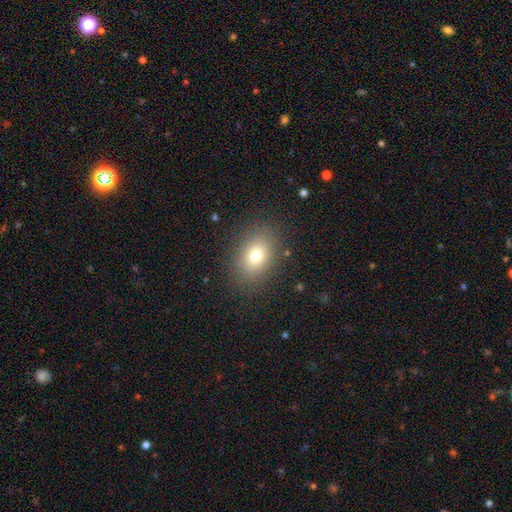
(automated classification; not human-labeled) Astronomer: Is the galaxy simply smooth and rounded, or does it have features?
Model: smooth — 76%.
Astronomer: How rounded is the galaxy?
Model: in between — 69%.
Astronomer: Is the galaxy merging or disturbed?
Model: none — 85%.